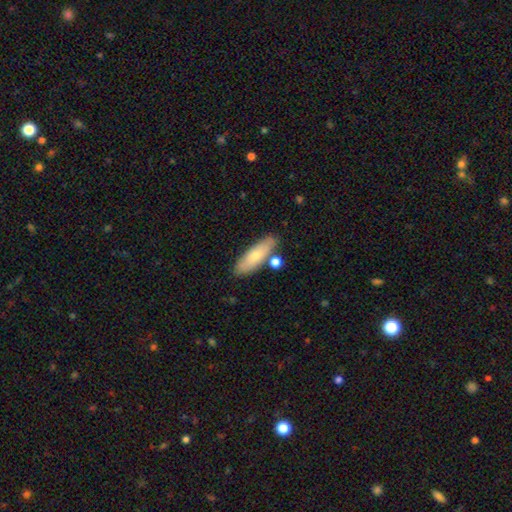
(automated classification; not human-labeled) This is likely a smooth galaxy (71%). How rounded: possibly in between (49%). Merging: likely none (76%).